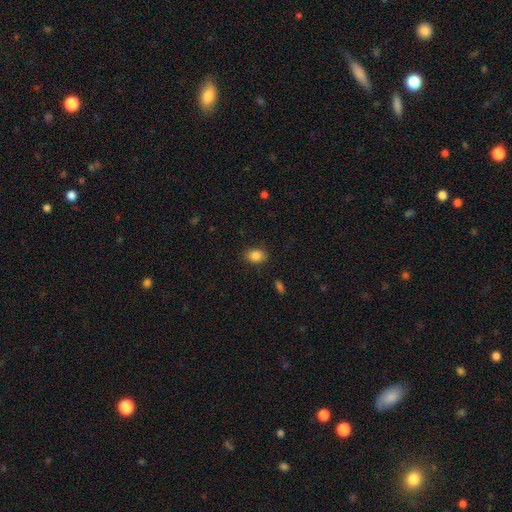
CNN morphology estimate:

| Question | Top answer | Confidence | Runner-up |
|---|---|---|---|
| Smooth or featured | smooth | 86% | star or artifact (9%) |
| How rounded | in between | 72% | round (27%) |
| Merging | none | 86% | minor disturbance (10%) |